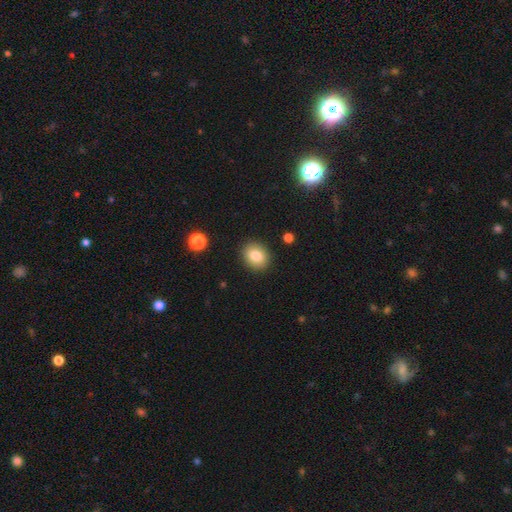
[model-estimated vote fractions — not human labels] smooth-or-featured: smooth: 84% | star or artifact: 9% | featured or disk: 7%
  how-rounded: round: 54% | in between: 45% | cigar-shaped: 1%
  merging: none: 89% | minor disturbance: 8% | major disturbance: 2% | merger: 1%